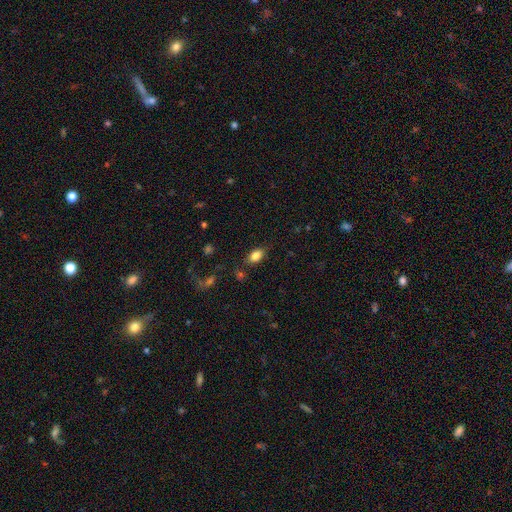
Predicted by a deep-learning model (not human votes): A smooth galaxy with no disk features (84%) that is in between round and cigar-shaped (87%). Merging: none (82%).